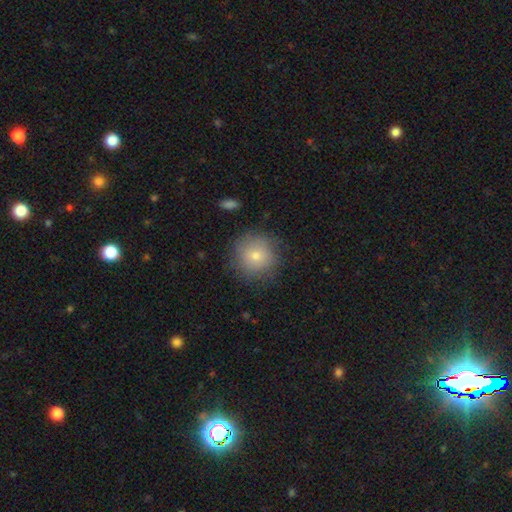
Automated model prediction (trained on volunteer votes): smooth_or_featured: smooth (p=0.75) [alt: featured or disk p=0.15]
how_rounded: round (p=0.93) [alt: in between p=0.06]
merging: none (p=0.81) [alt: minor disturbance p=0.13]